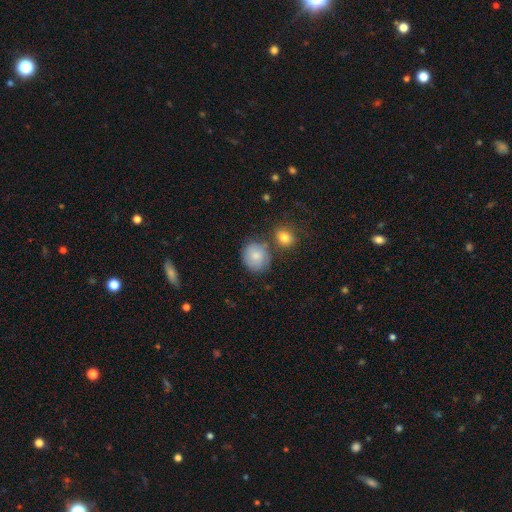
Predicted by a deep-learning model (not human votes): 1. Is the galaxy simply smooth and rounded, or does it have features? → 76% smooth, 15% featured or disk, 8% star or artifact.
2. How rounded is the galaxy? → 79% round, 20% in between, 1% cigar-shaped.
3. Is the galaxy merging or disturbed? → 69% none, 16% minor disturbance, 11% merger, 5% major disturbance.